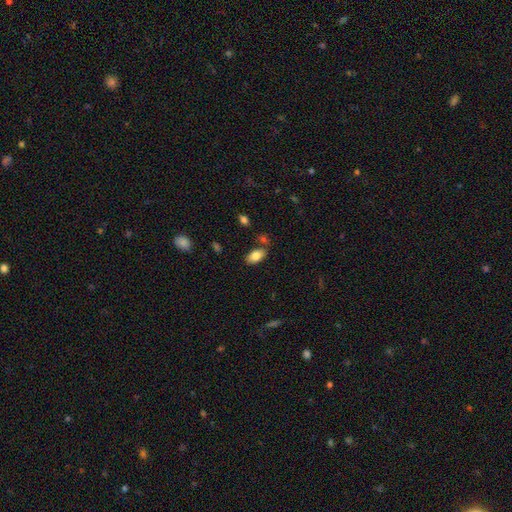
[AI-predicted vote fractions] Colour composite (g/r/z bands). It shows a smooth galaxy with no disk features (83%) that is in between round and cigar-shaped (93%). Merging: none (75%).